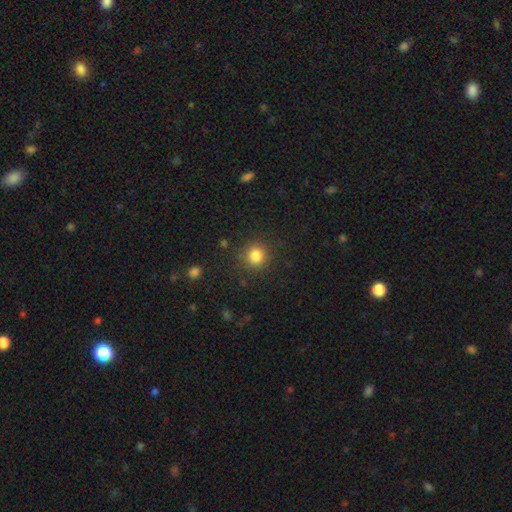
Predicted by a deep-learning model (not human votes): This appears to be a smooth galaxy with no disk features (84%) that is round (92%). Merging: none (88%).